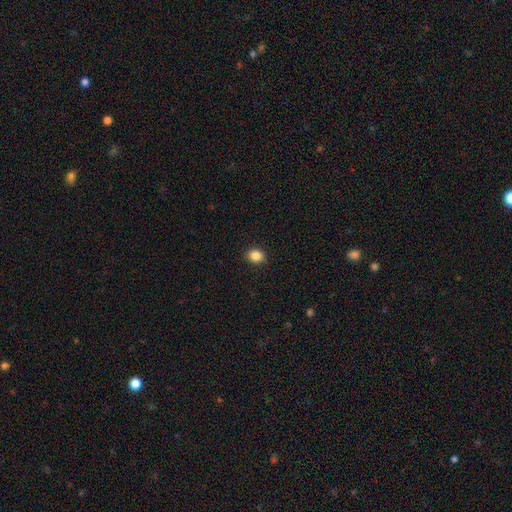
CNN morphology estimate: smooth 86%, star or artifact 10%, featured or disk 4%. Down the decision tree: how rounded — round (61%); merging — none (91%).